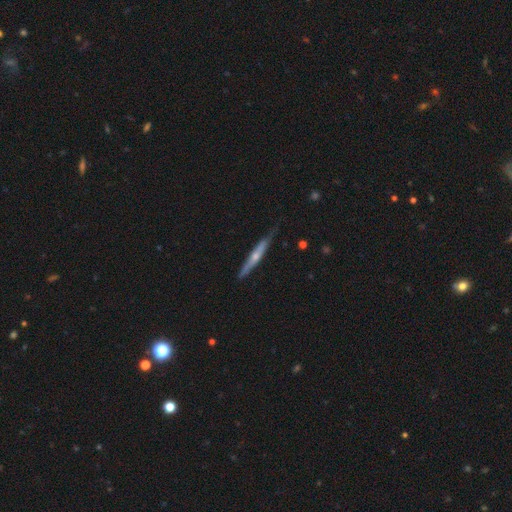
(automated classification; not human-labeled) Smooth or featured?
  - featured or disk: 61% *
  - smooth: 34%
  - star or artifact: 5%
Edge-on disk?
  - yes: 95% *
  - no: 5%
Edge-on bulge?
  - rounded: 75% *
  - none: 21%
  - boxy: 4%
Merging?
  - none: 76% *
  - minor disturbance: 20%
  - major disturbance: 3%
  - merger: 2%